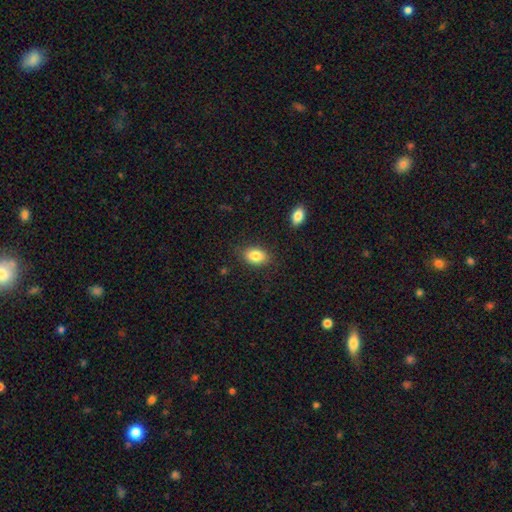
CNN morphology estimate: Smooth or featured?
  - smooth: 84% *
  - featured or disk: 8%
  - star or artifact: 8%
How rounded?
  - in between: 86% *
  - round: 12%
  - cigar-shaped: 2%
Merging?
  - none: 84% *
  - minor disturbance: 11%
  - major disturbance: 3%
  - merger: 2%